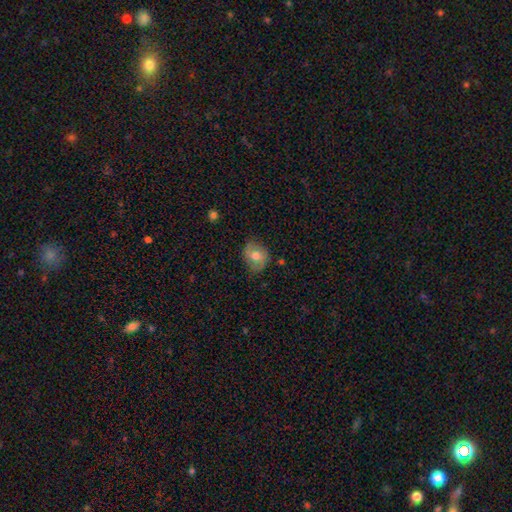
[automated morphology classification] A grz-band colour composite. It shows a smooth galaxy with no disk features (61%) that is round (55%). Merging: none (67%).